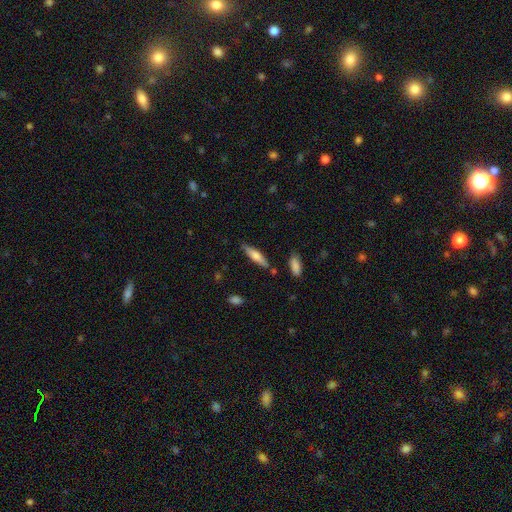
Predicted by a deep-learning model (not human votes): smooth 67%, featured or disk 27%, star or artifact 6%. Down the decision tree: how rounded — cigar-shaped (71%); merging — none (80%).